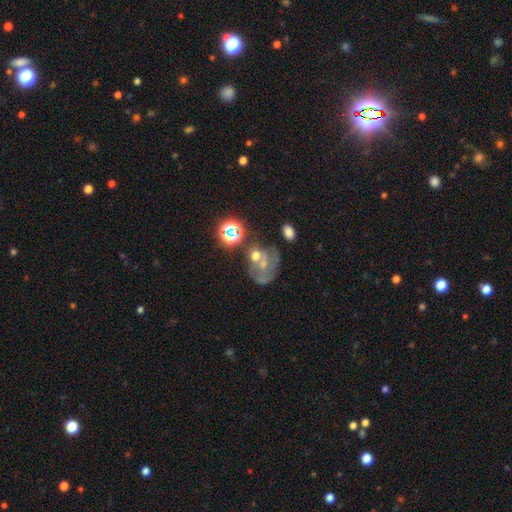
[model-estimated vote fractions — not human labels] Smooth or featured? smooth (38%)
Merging? merger (39%)